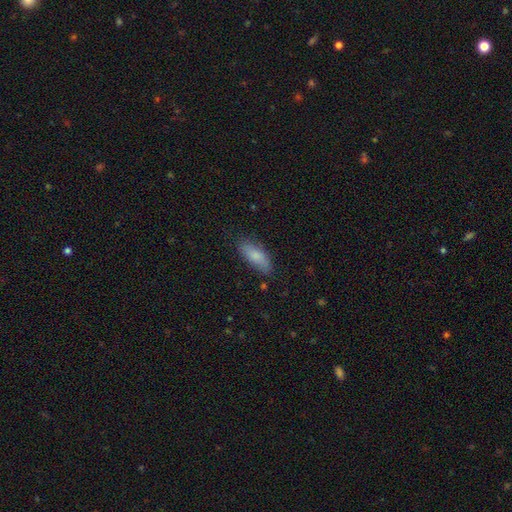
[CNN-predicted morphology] Overall: smooth (81%). How rounded: in between (74%). Merging: none (76%).